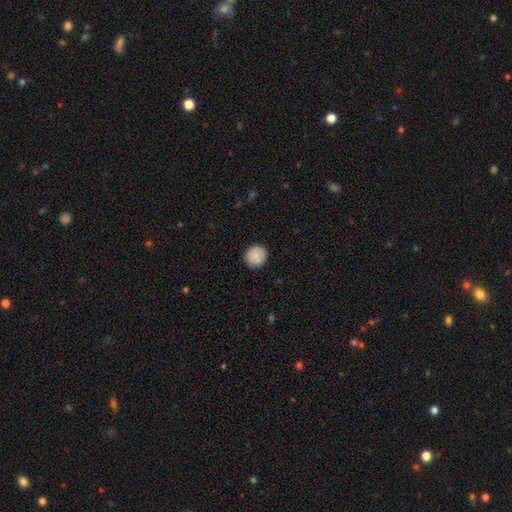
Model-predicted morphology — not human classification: Smooth or featured: smooth — 84% (featured or disk — 9%)
How rounded: round — 92% (in between — 7%)
Merging: none — 89% (minor disturbance — 8%)